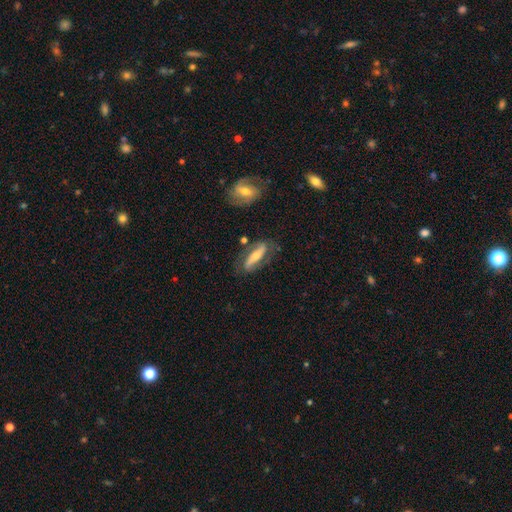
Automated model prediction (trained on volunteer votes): This appears to be a featured or disk galaxy (69%). Merging: none (72%).